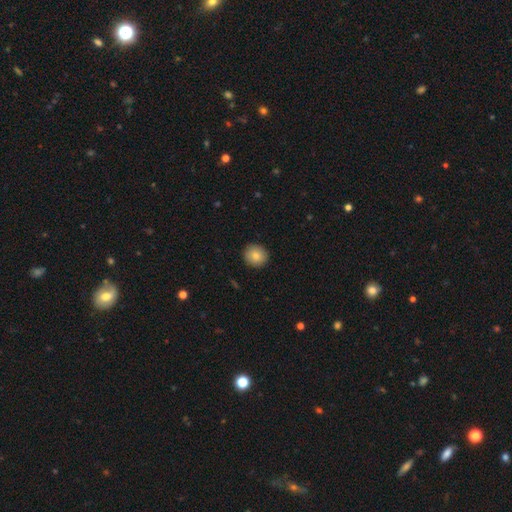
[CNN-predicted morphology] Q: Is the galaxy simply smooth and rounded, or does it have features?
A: smooth — 83%.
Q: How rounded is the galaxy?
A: round — 89%.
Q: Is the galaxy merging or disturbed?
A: none — 91%.